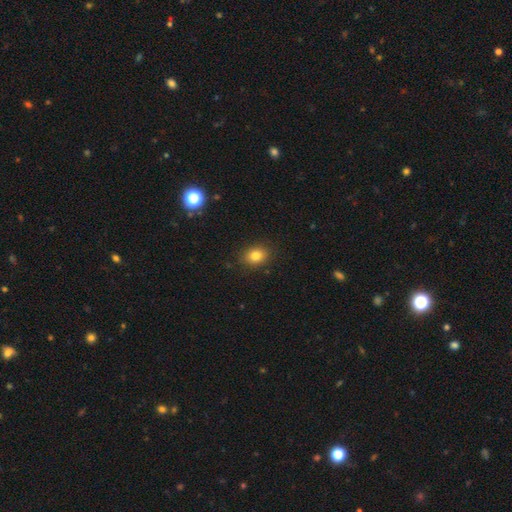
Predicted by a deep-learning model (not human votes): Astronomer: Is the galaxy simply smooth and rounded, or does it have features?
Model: smooth — 81%.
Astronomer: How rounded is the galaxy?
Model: in between — 52% (runner-up: round, 47%).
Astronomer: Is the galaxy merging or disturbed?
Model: none — 87%.